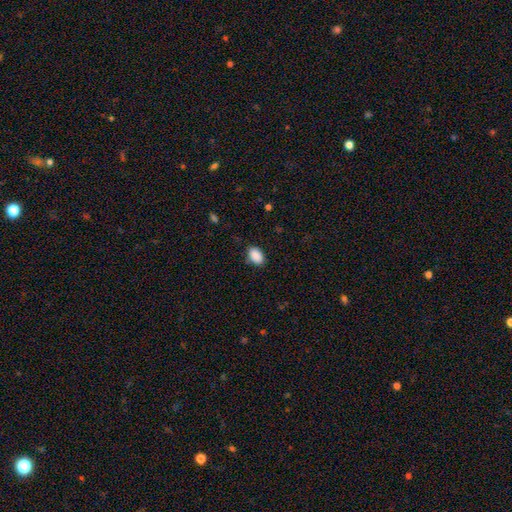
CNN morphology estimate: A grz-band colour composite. It shows a smooth galaxy with no disk features (90%) that is in between round and cigar-shaped (88%). Merging: none (82%).